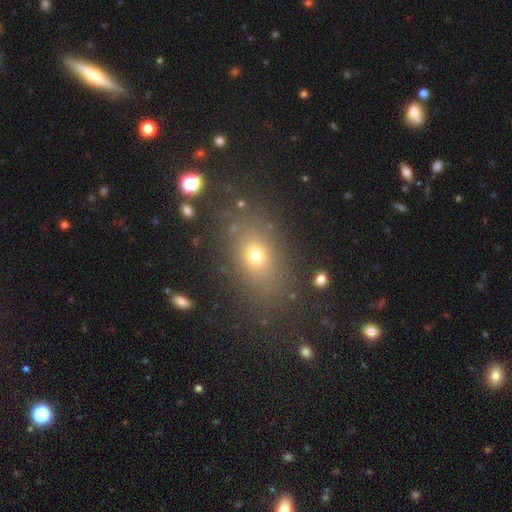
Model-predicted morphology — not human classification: smooth_or_featured: smooth (p=0.69) [alt: star or artifact p=0.18]
how_rounded: in between (p=0.71) [alt: round p=0.25]
merging: none (p=0.81) [alt: minor disturbance p=0.11]